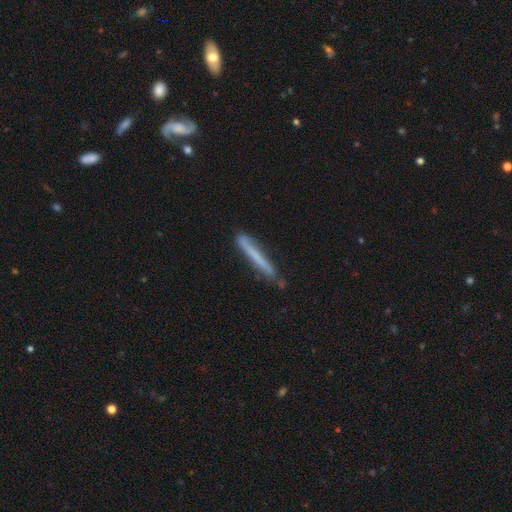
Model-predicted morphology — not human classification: Smooth or featured?
  - smooth: 60% *
  - featured or disk: 34%
  - star or artifact: 6%
How rounded?
  - cigar-shaped: 97% *
  - in between: 2%
  - round: 1%
Merging?
  - none: 80% *
  - minor disturbance: 15%
  - merger: 3%
  - major disturbance: 2%